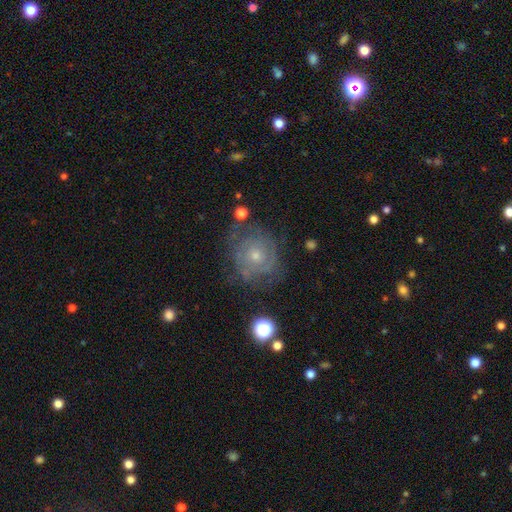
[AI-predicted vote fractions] A featured or disk galaxy (71%) with no bar (83%), tight (70%) spiral arms (81%) and a small central bulge (60%).

Vote fractions:
- Smooth or featured? featured or disk: 71% / smooth: 20% / star or artifact: 9%
- Edge-on disk? no: 97% / yes: 3%
- Bar? no: 83% / weak: 15% / strong: 3%
- Spiral arms? yes: 81% / no: 19%
- Spiral winding? tight: 70% / medium: 23% / loose: 8%
- Spiral arm count? can't tell: 50% / 2: 24% / 3: 12% / 4: 5% / 1: 5% / more than 4: 4%
- Bulge size? small: 60% / moderate: 35% / none: 2% / large: 2% / dominant: 1%
- Merging? none: 65% / minor disturbance: 21% / major disturbance: 12% / merger: 3%